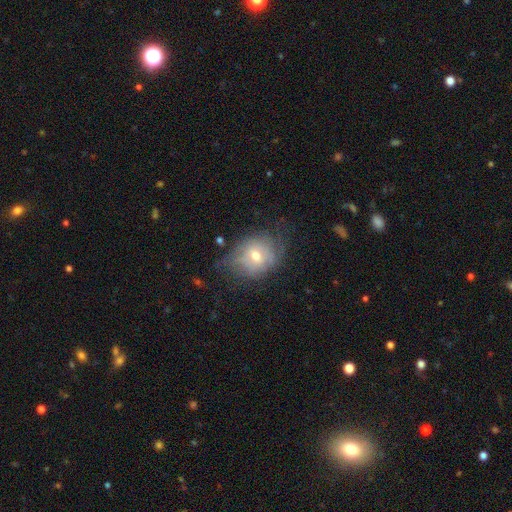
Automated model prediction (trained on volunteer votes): This is possibly a smooth galaxy (55%). How rounded: possibly round (56%). Merging: possibly none (52%).